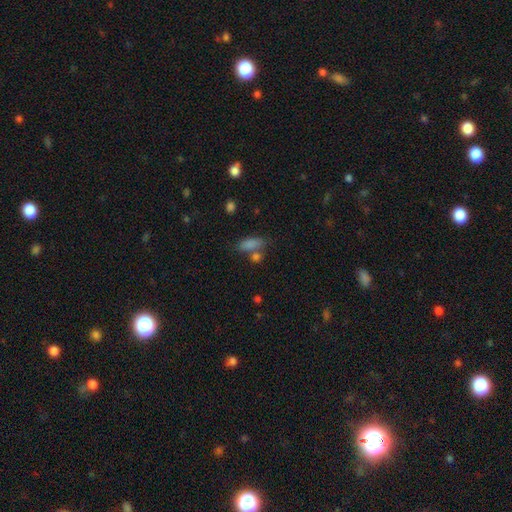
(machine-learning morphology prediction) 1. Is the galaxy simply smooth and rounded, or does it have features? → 46% smooth, 35% star or artifact, 19% featured or disk.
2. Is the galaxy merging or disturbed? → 55% none, 23% merger, 13% minor disturbance, 9% major disturbance.